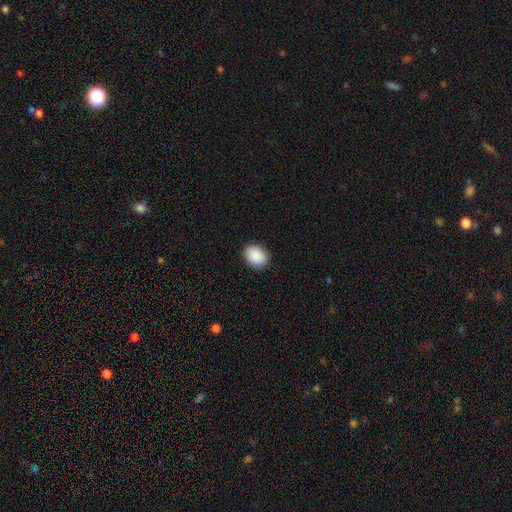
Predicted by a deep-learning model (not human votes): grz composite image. It shows a smooth galaxy with no disk features (90%) that is in between round and cigar-shaped (71%). Merging: none (89%).